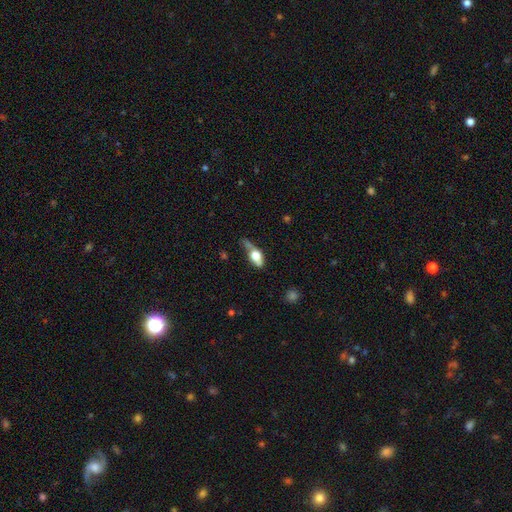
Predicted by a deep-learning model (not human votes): Smooth or featured?
  - smooth: 55% *
  - featured or disk: 37%
  - star or artifact: 8%
How rounded?
  - in between: 71% *
  - cigar-shaped: 17%
  - round: 12%
Merging?
  - none: 37% *
  - minor disturbance: 31%
  - major disturbance: 23%
  - merger: 9%